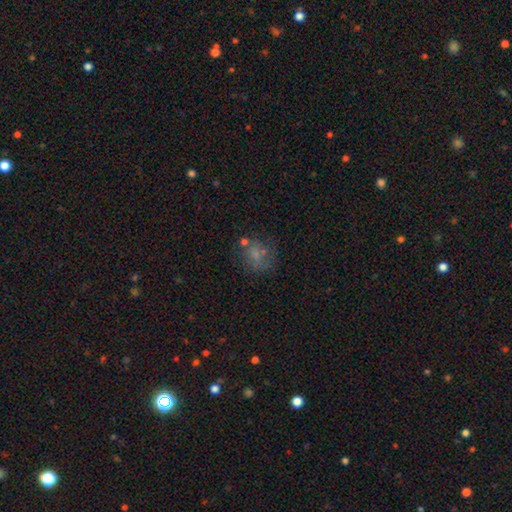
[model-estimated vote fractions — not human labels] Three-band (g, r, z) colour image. It shows a smooth galaxy with no disk features (51%) that is round (69%). Merging: none (57%).